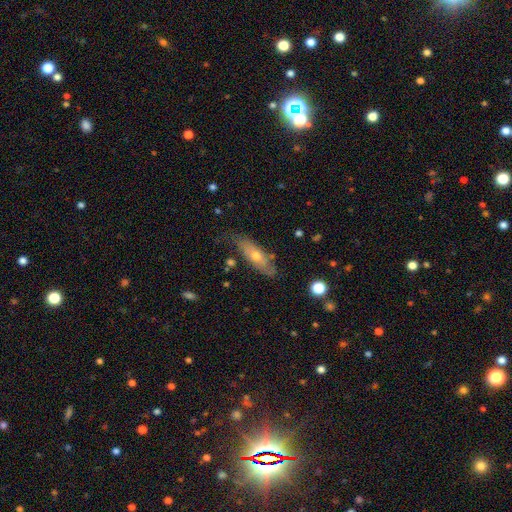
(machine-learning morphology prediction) type=featured or disk (47%); merging=none (68%).